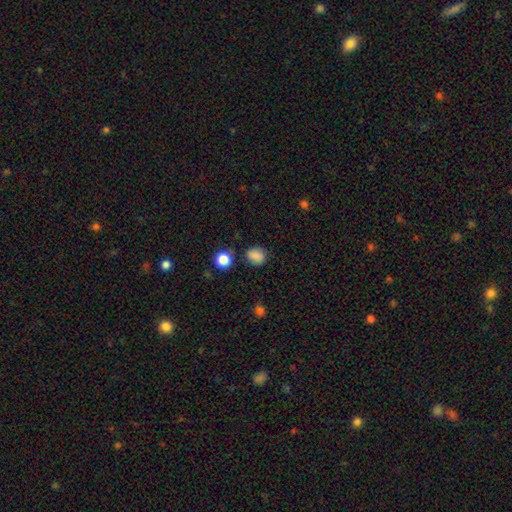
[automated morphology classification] smooth_or_featured: smooth (p=0.83) [alt: star or artifact p=0.11]
how_rounded: round (p=0.64) [alt: in between p=0.35]
merging: none (p=0.77) [alt: minor disturbance p=0.15]